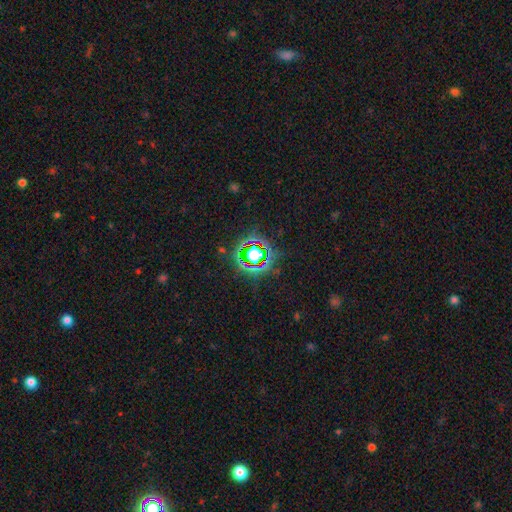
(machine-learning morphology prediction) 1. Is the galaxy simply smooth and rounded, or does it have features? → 79% star or artifact, 13% smooth, 7% featured or disk.